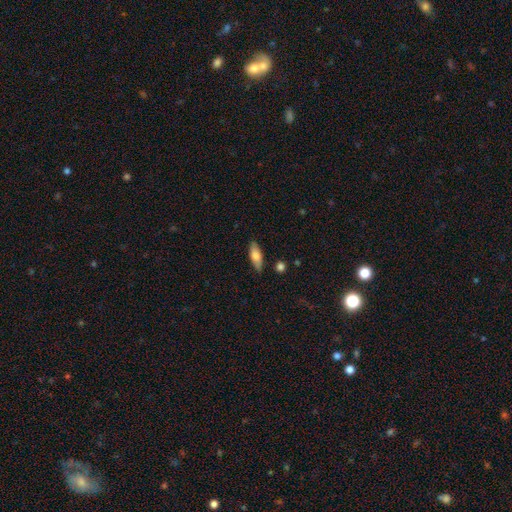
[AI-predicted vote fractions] smooth_or_featured: smooth (p=0.73) [alt: featured or disk p=0.21]
how_rounded: in between (p=0.63) [alt: cigar-shaped p=0.34]
merging: none (p=0.82) [alt: minor disturbance p=0.13]